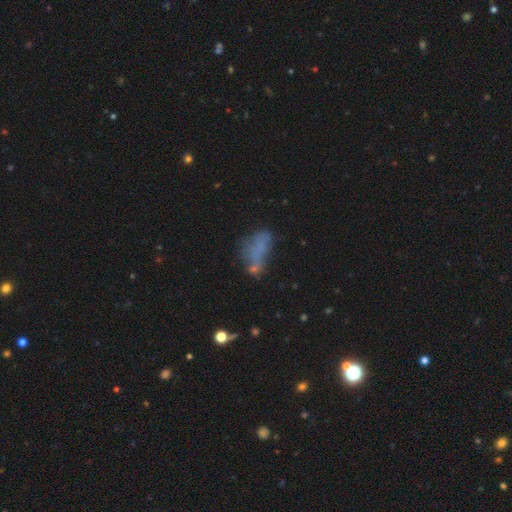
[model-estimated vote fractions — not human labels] The model was most divided on "merging": none: 36%, major disturbance: 24%, minor disturbance: 22%, merger: 18%. More confident: how rounded — in between (72%); smooth or featured — smooth (51%).